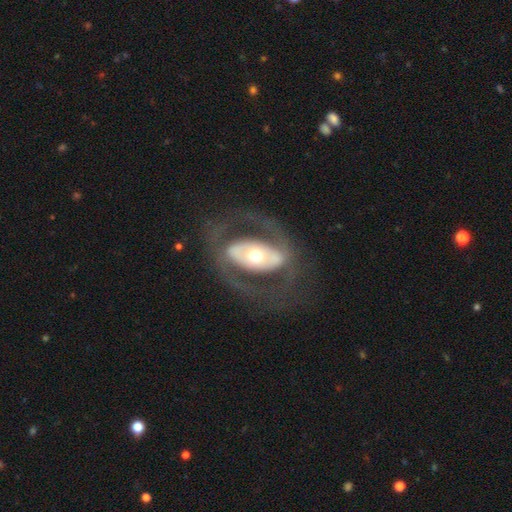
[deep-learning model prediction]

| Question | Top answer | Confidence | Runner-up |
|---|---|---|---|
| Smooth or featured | featured or disk | 78% | smooth (17%) |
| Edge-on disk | no | 93% | yes (7%) |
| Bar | no | 52% | strong (28%) |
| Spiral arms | yes | 57% | no (43%) |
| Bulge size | moderate | 67% | large (18%) |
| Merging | none | 70% | major disturbance (16%) |